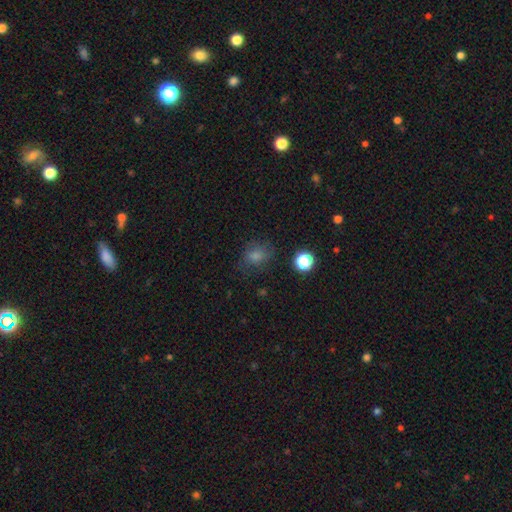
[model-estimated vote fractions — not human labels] smooth_or_featured: smooth (p=0.67) [alt: star or artifact p=0.22]
how_rounded: round (p=0.52) [alt: in between p=0.46]
merging: none (p=0.74) [alt: minor disturbance p=0.17]